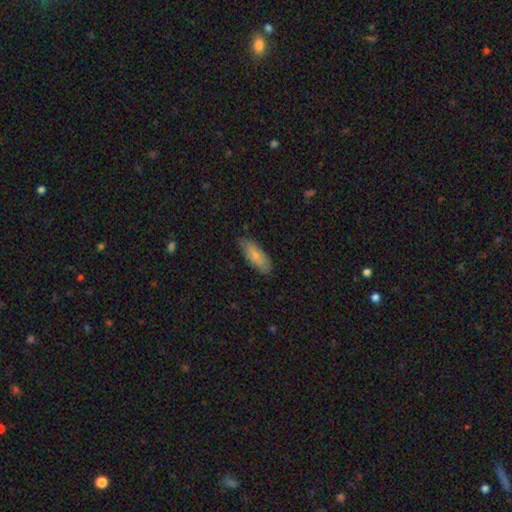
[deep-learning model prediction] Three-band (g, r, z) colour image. It shows a smooth galaxy with no disk features (78%) that is in between round and cigar-shaped (66%). Merging: none (82%).